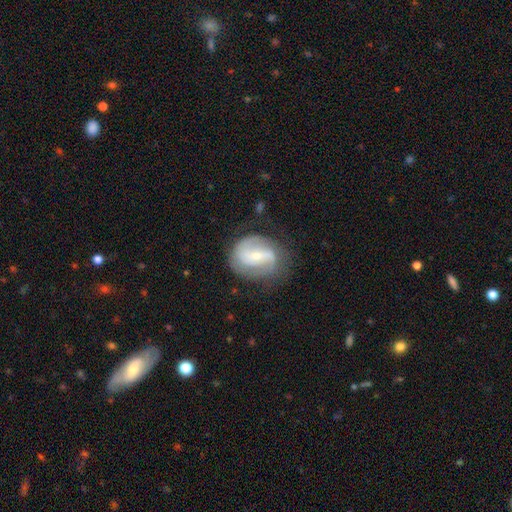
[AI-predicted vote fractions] A featured or disk galaxy (78%) with a weak bar (40%), 2 (79%) medium (42%) spiral arms (91%) and a small central bulge (63%). Merging: none (71%).